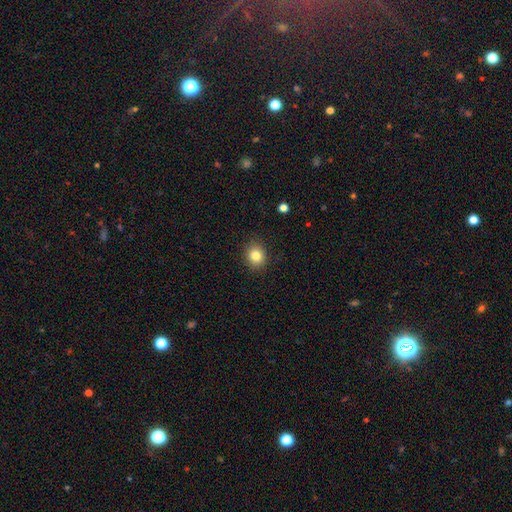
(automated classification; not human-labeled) This is clearly a smooth galaxy (82%). How rounded: likely round (75%). Merging: clearly none (89%).